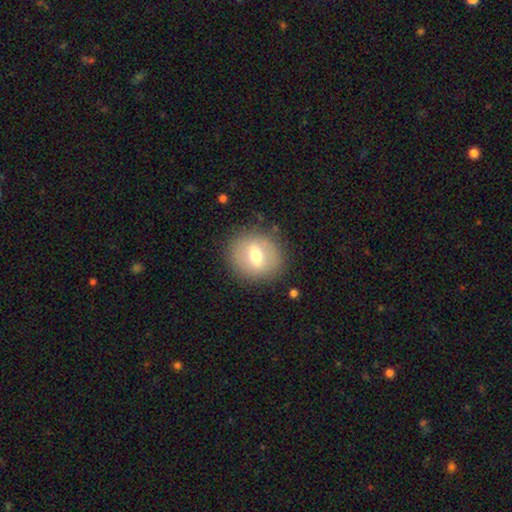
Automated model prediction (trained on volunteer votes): A smooth galaxy with no disk features (54%) that is round (81%).

Vote fractions:
- Smooth or featured? smooth: 54% / featured or disk: 37% / star or artifact: 8%
- How rounded? round: 81% / in between: 18% / cigar-shaped: 1%
- Merging? none: 84% / minor disturbance: 10% / major disturbance: 4% / merger: 1%